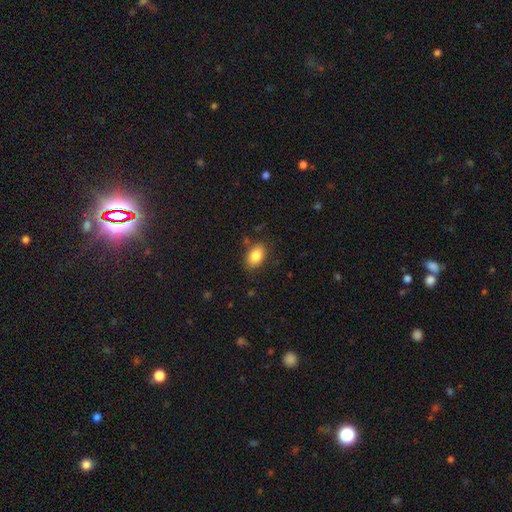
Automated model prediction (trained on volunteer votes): The model was most divided on "merging": none: 82%, minor disturbance: 12%, major disturbance: 3%, merger: 2%. More confident: how rounded — in between (87%); smooth or featured — smooth (85%).